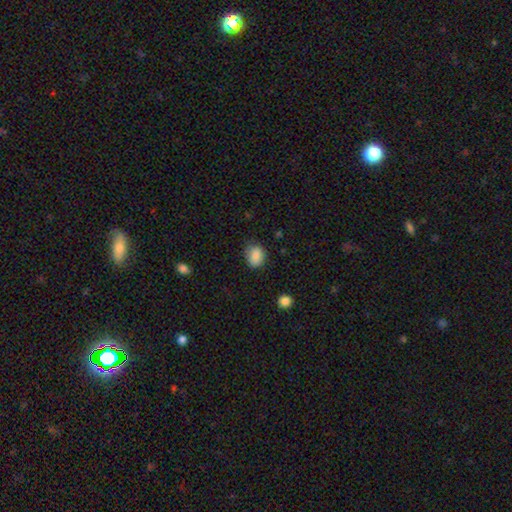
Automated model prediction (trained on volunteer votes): Smooth or featured? smooth (87%)
How rounded? in between (61%)
Merging? none (71%)